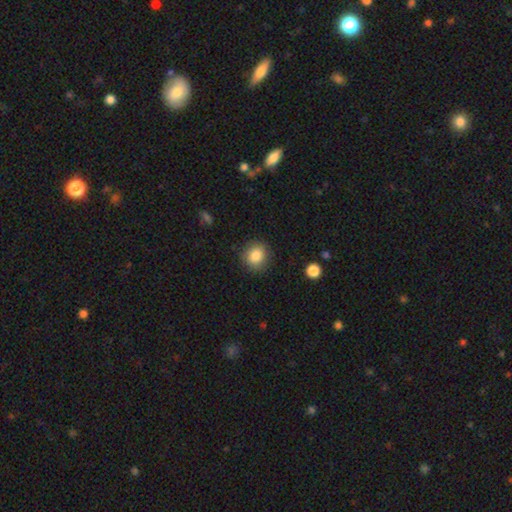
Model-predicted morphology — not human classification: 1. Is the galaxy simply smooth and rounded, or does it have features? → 85% smooth, 9% star or artifact, 6% featured or disk.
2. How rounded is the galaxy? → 84% round, 15% in between, 1% cigar-shaped.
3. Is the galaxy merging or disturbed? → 88% none, 9% minor disturbance, 2% major disturbance, 1% merger.